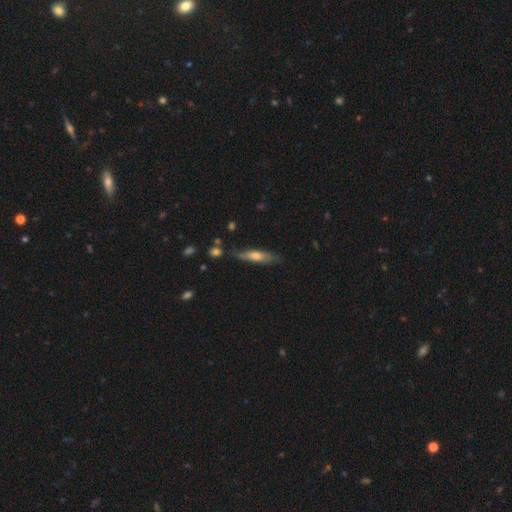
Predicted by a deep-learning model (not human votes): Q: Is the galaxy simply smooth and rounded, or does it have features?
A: featured or disk — 47%.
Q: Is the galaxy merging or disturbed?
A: none — 72%.